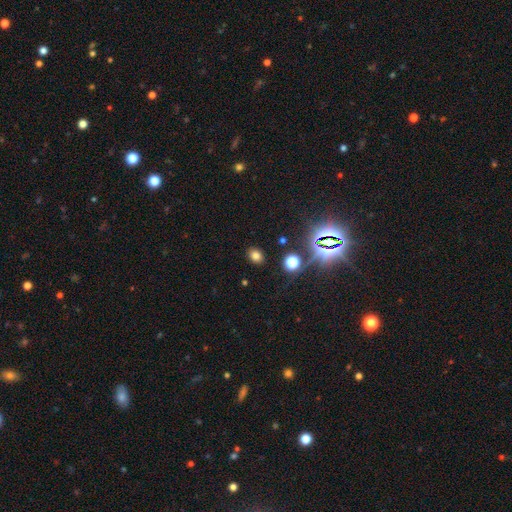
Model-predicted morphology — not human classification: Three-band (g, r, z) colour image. It shows a smooth galaxy with no disk features (70%) that is in between round and cigar-shaped (58%). Merging: none (88%).